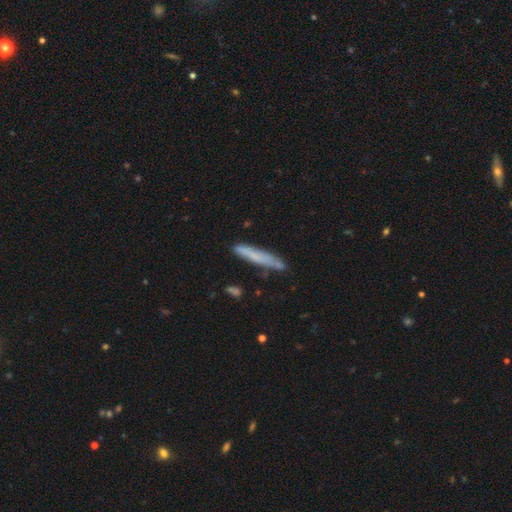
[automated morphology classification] Q: Smooth or featured?
A: smooth (63%); runner-up: featured or disk (29%)
Q: How rounded?
A: cigar-shaped (93%); runner-up: in between (6%)
Q: Merging?
A: none (76%); runner-up: minor disturbance (16%)